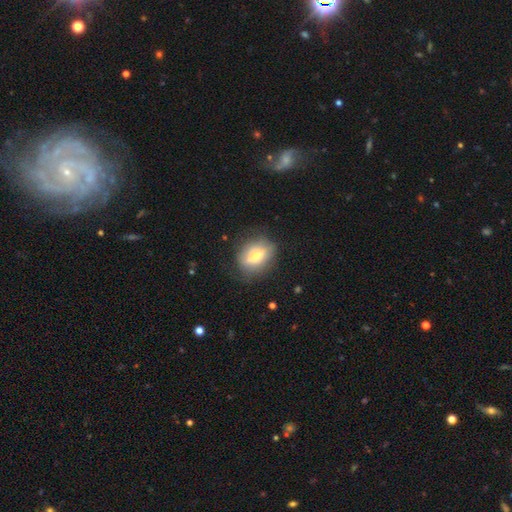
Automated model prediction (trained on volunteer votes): Smooth or featured? Predicted: smooth (p=0.55). How rounded? Predicted: in between (p=0.64). Merging? Predicted: none (p=0.75).